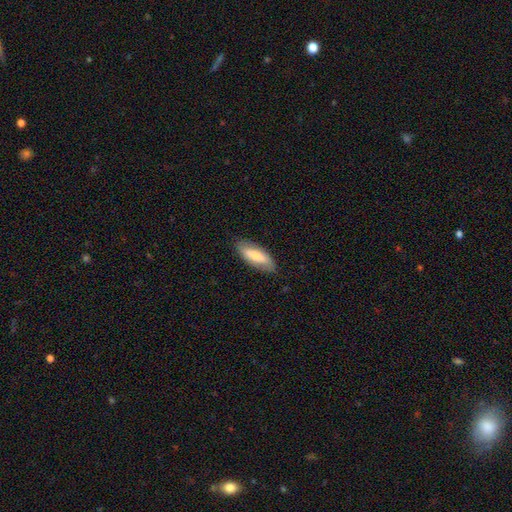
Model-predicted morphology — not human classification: smooth_or_featured: smooth (p=0.68) [alt: featured or disk p=0.26]
how_rounded: in between (p=0.71) [alt: cigar-shaped p=0.27]
merging: none (p=0.82) [alt: minor disturbance p=0.14]